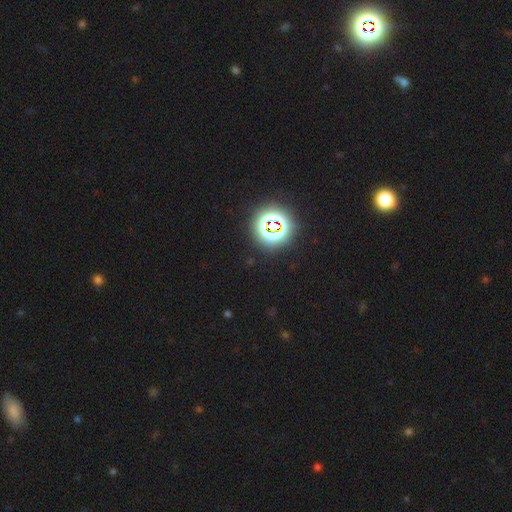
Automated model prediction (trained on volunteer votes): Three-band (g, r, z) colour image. It shows a star or artifact, not a galaxy (82%).